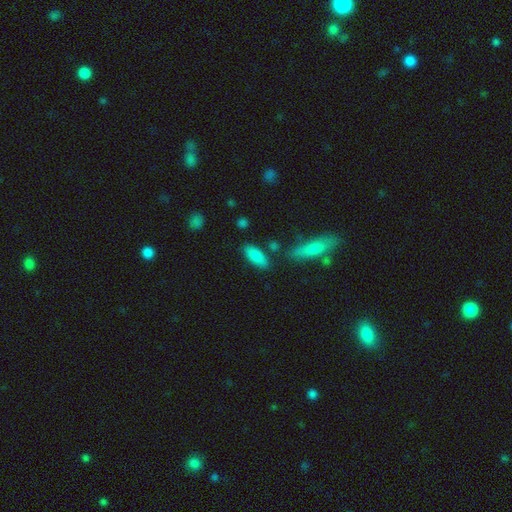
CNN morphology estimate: A smooth galaxy with no disk features (85%) that is in between round and cigar-shaped (77%). Merging: none (78%).